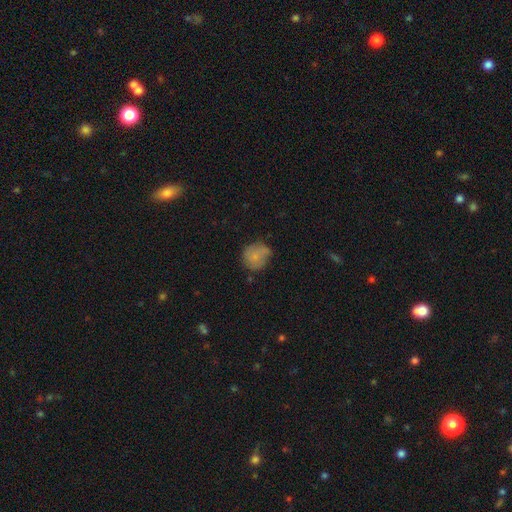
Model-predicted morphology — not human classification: Smooth or featured: smooth — 72% (featured or disk — 18%)
How rounded: round — 82% (in between — 17%)
Merging: none — 56% (minor disturbance — 31%)